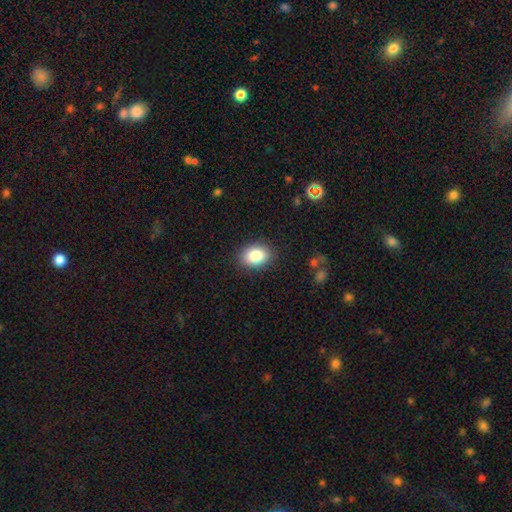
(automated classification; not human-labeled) Overall: smooth (85%). How rounded: in between (74%). Merging: none (87%).